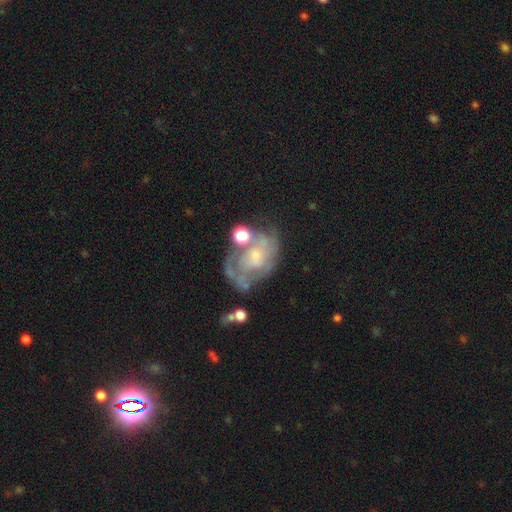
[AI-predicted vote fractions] Overall: featured or disk (71%). Edge-on disk: no (97%). Bar: no (69%). Spiral arms: yes (66%; no 34%). Bulge size: small (47%; moderate 30%). Merging: none (40%; major disturbance 24%).